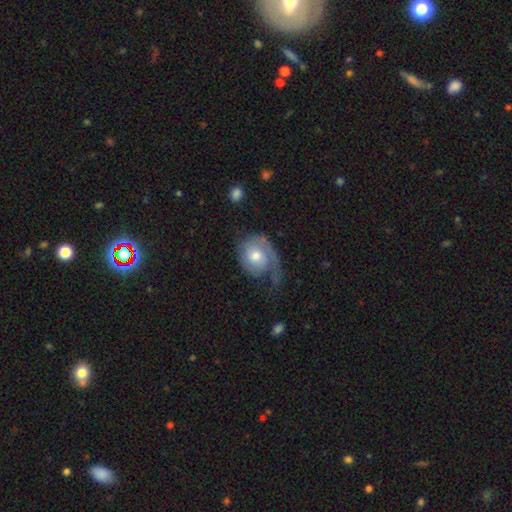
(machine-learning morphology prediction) type=featured or disk (65%); edge-on=no (97%); bar=no (75%); spiral arms=yes (87%); winding=tight (41%); arm count=1 (72%); bulge=moderate (65%); merging=none (44%).